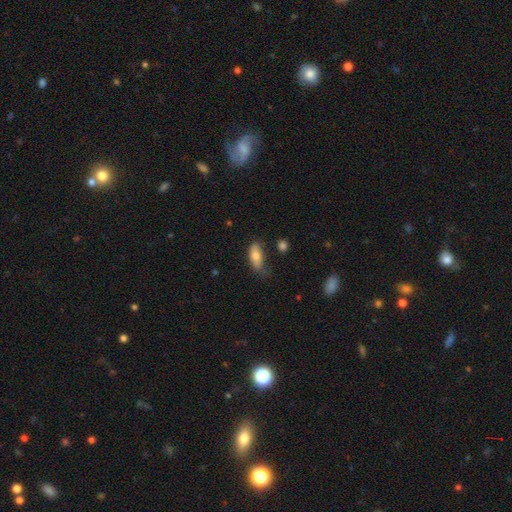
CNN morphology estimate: smooth-or-featured: smooth: 75% | featured or disk: 18% | star or artifact: 7%
  how-rounded: in between: 78% | cigar-shaped: 19% | round: 3%
  merging: none: 52% | minor disturbance: 34% | major disturbance: 11% | merger: 3%